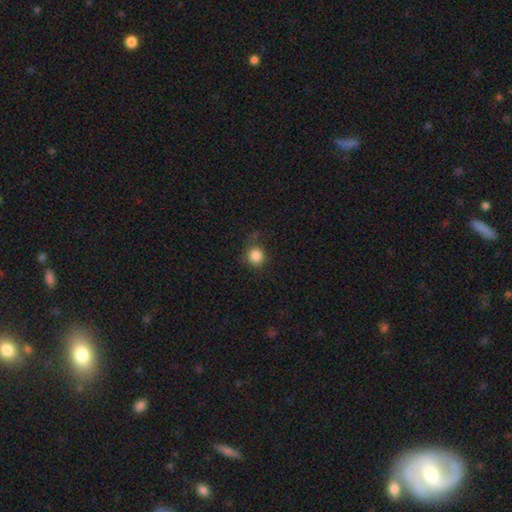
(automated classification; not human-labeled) Smooth or featured? Predicted: smooth (p=0.85). How rounded? Predicted: round (p=0.91). Merging? Predicted: none (p=0.74).